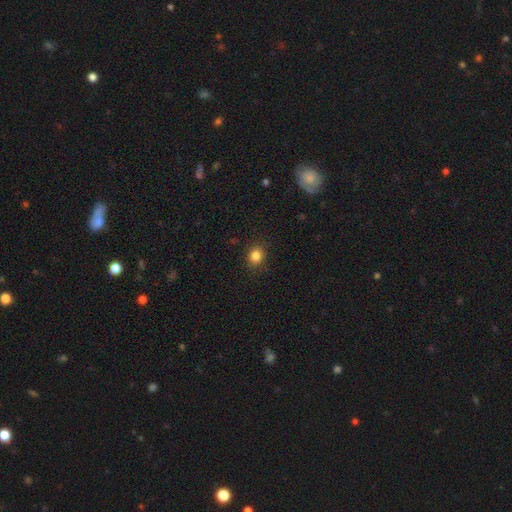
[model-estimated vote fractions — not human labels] Smooth or featured: smooth — 84% (star or artifact — 12%)
How rounded: round — 69% (in between — 30%)
Merging: none — 88% (minor disturbance — 8%)